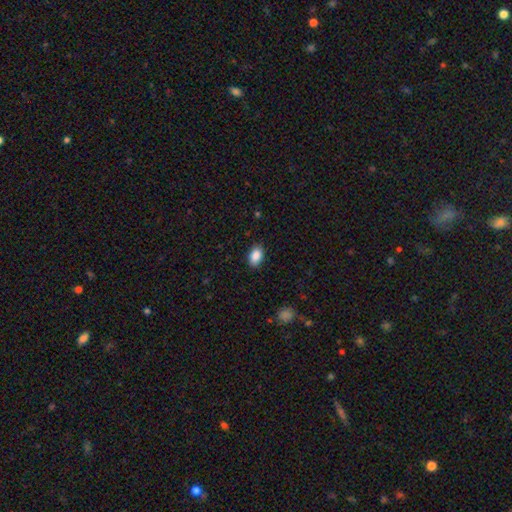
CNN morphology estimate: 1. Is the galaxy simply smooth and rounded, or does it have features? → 88% smooth, 8% star or artifact, 4% featured or disk.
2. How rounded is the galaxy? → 89% in between, 10% round, 1% cigar-shaped.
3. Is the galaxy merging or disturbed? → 87% none, 10% minor disturbance, 2% major disturbance, 1% merger.